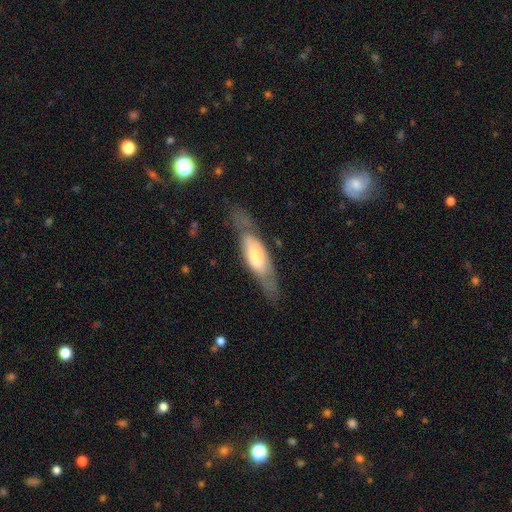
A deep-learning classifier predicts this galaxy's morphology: A smooth galaxy with no disk features (50%).

Vote fractions:
- Smooth or featured? smooth: 50% / featured or disk: 45% / star or artifact: 6%
- Merging? none: 61% / minor disturbance: 24% / major disturbance: 13% / merger: 3%